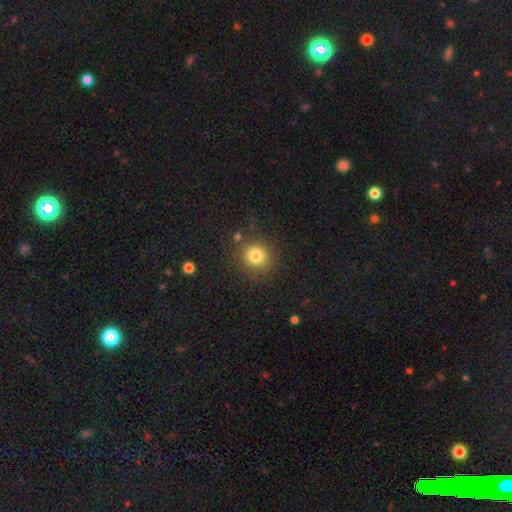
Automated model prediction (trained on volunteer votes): smooth_or_featured: smooth (p=0.81) [alt: star or artifact p=0.12]
how_rounded: round (p=0.89) [alt: in between p=0.11]
merging: none (p=0.82) [alt: minor disturbance p=0.10]